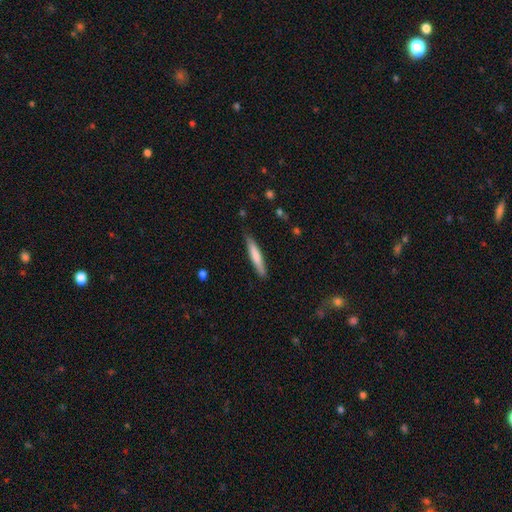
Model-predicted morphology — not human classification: A smooth galaxy with no disk features (70%) that is cigar-shaped (92%).

Vote fractions:
- Smooth or featured? smooth: 70% / featured or disk: 25% / star or artifact: 5%
- How rounded? cigar-shaped: 92% / in between: 7% / round: 1%
- Merging? none: 86% / minor disturbance: 11% / major disturbance: 2% / merger: 1%